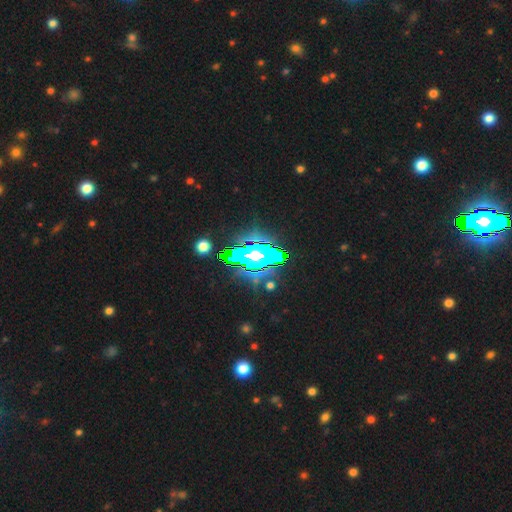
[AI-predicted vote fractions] Q: Smooth or featured?
A: star or artifact (60%); runner-up: featured or disk (21%)